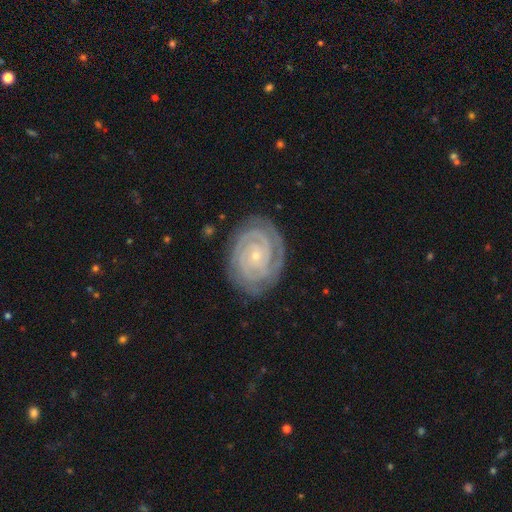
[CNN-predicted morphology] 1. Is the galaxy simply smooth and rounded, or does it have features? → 90% featured or disk, 5% star or artifact, 5% smooth.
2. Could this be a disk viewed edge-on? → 98% no, 2% yes.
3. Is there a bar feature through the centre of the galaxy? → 75% no, 18% weak, 8% strong.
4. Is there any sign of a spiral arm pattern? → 98% yes, 2% no.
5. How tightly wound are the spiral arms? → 87% tight, 12% medium, 2% loose.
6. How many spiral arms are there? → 50% 2, 20% 3, 12% can't tell, 9% 4, 5% more than 4, 5% 1.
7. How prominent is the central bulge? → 83% small, 14% moderate, 2% none, 1% large, 1% dominant.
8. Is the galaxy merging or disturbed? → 82% none, 13% minor disturbance, 3% major disturbance, 1% merger.